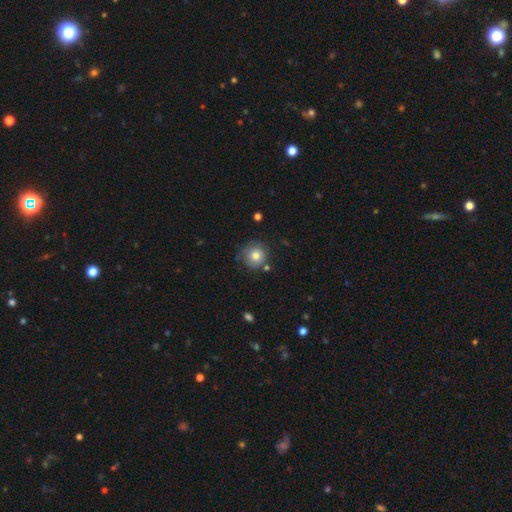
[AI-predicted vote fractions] smooth 76%, featured or disk 15%, star or artifact 9%. Down the decision tree: how rounded — round (93%); merging — none (75%).